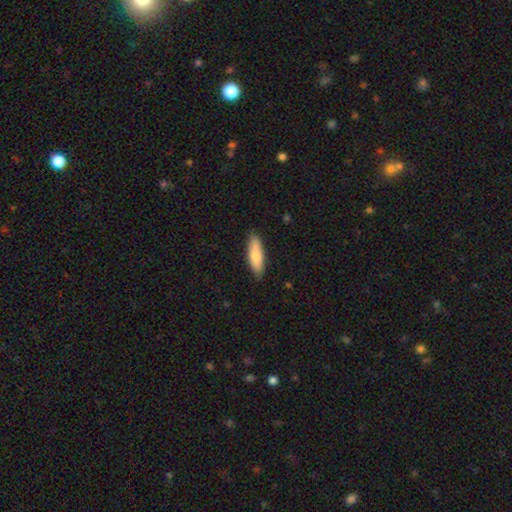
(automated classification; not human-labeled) Smooth or featured?
  - smooth: 76% *
  - featured or disk: 18%
  - star or artifact: 5%
How rounded?
  - cigar-shaped: 53% *
  - in between: 45%
  - round: 2%
Merging?
  - none: 87% *
  - minor disturbance: 10%
  - major disturbance: 2%
  - merger: 1%